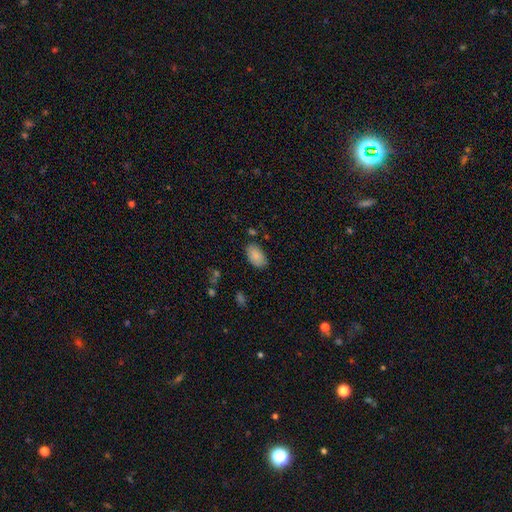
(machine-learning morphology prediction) Smooth or featured: smooth — 86% (star or artifact — 7%)
How rounded: in between — 94% (round — 5%)
Merging: none — 81% (minor disturbance — 13%)